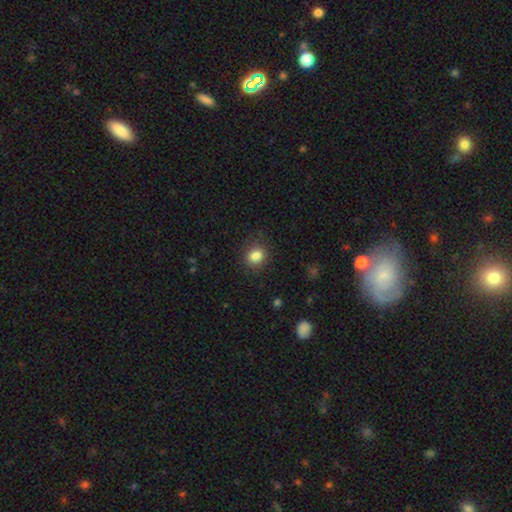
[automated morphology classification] Q: Smooth or featured?
A: smooth (84%); runner-up: star or artifact (11%)
Q: How rounded?
A: round (73%); runner-up: in between (26%)
Q: Merging?
A: none (85%); runner-up: minor disturbance (10%)